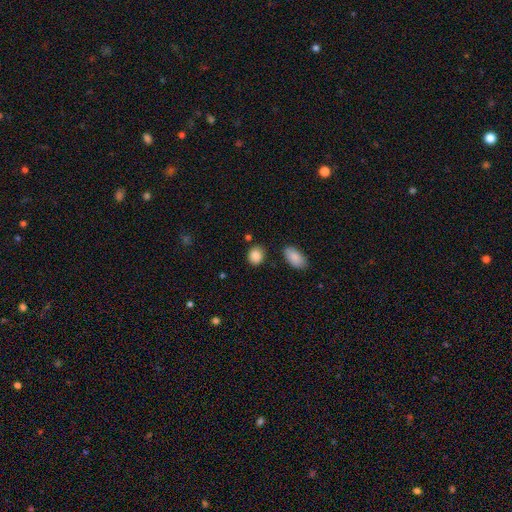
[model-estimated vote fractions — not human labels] Smooth or featured? smooth (88%)
How rounded? round (52%)
Merging? none (80%)